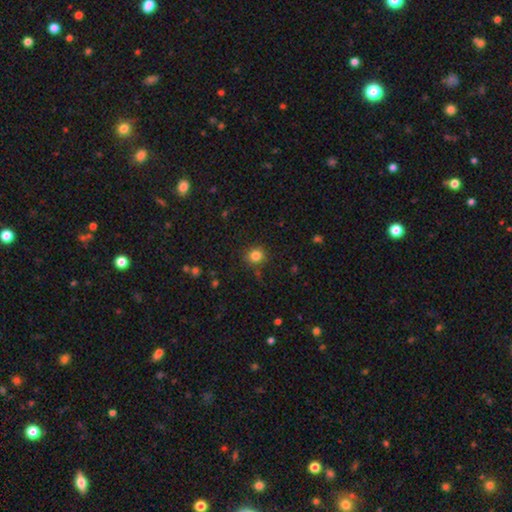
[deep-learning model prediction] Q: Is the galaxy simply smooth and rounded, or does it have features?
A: smooth — 83%.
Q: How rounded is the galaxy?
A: round — 87%.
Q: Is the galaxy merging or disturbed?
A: none — 85%.